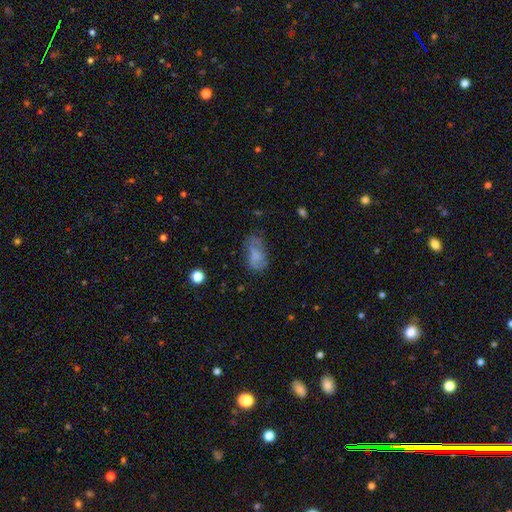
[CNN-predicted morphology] smooth_or_featured: smooth (p=0.59) [alt: featured or disk p=0.30]
how_rounded: in between (p=0.89) [alt: round p=0.06]
merging: none (p=0.53) [alt: minor disturbance p=0.27]